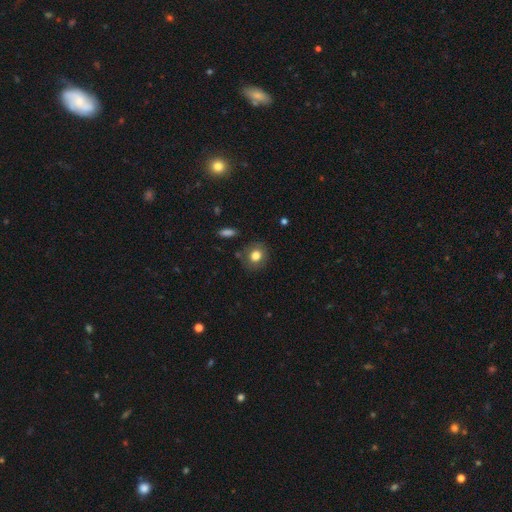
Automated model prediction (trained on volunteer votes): smooth 77%, featured or disk 13%, star or artifact 10%. Down the decision tree: how rounded — round (75%); merging — none (83%).